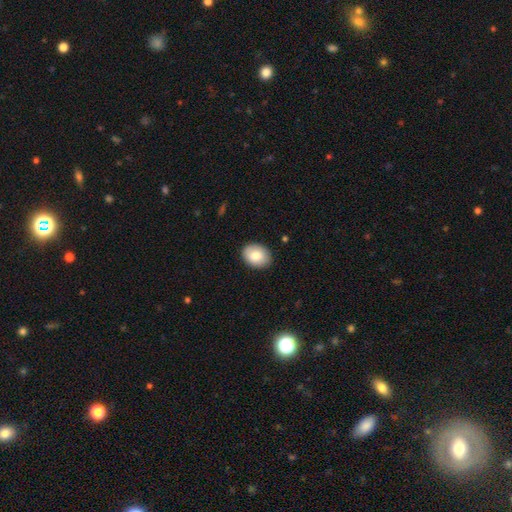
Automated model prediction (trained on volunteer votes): Overall: smooth (81%). How rounded: in between (68%; round 31%). Merging: none (88%).